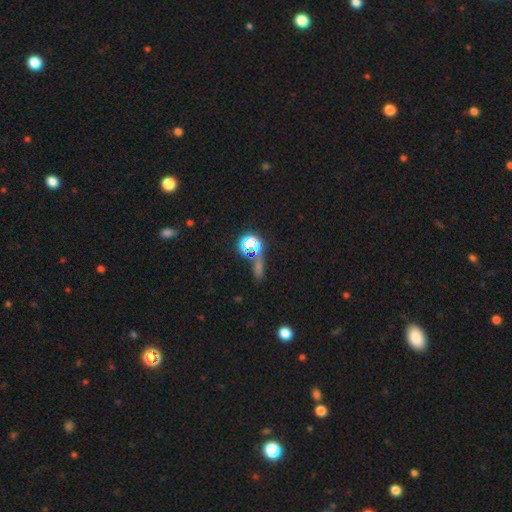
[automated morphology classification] Smooth or featured? Predicted: star or artifact (p=0.54).